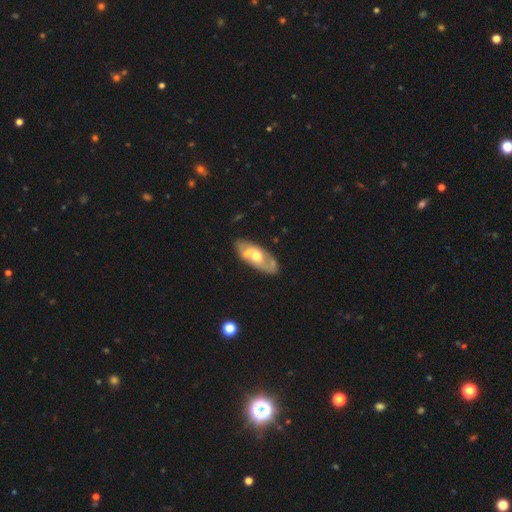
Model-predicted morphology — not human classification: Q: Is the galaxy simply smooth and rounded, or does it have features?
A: featured or disk — 59%.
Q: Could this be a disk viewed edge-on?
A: no — 85%.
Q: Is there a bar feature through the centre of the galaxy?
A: no — 81%.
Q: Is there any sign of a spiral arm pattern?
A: no — 67%.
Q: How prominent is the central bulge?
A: moderate — 74%.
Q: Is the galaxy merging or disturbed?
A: none — 62%.